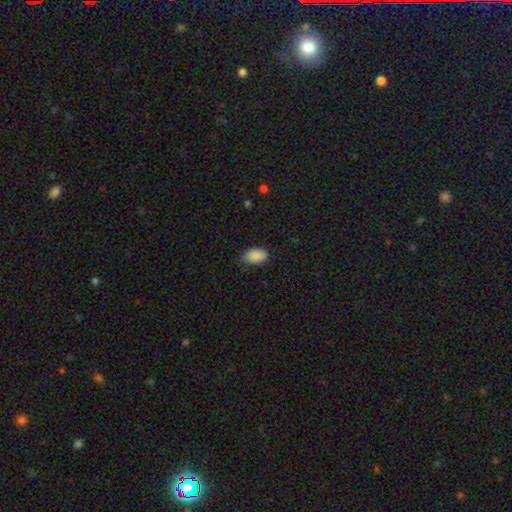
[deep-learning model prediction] smooth 89%, star or artifact 7%, featured or disk 4%. Down the decision tree: how rounded — in between (94%); merging — none (75%).